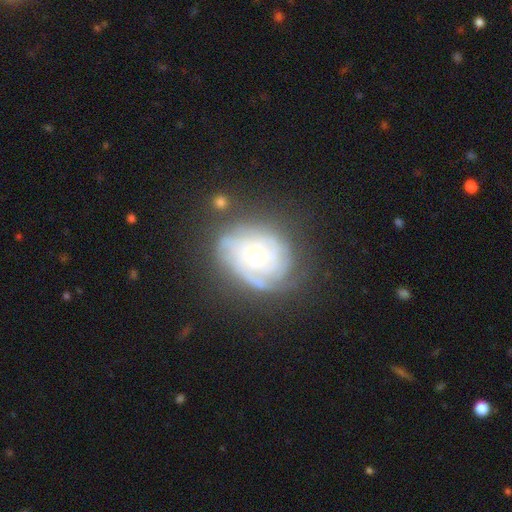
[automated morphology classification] This is likely a featured or disk galaxy (75%). It is clearly not viewed edge-on (97%). Bar: clearly no (82%). Spiral arm pattern: clearly yes (86%). Spiral arm count: marginally can't tell (42%). Spiral winding: likely tight (64%). Central bulge: likely small (62%). Merging: likely none (61%).